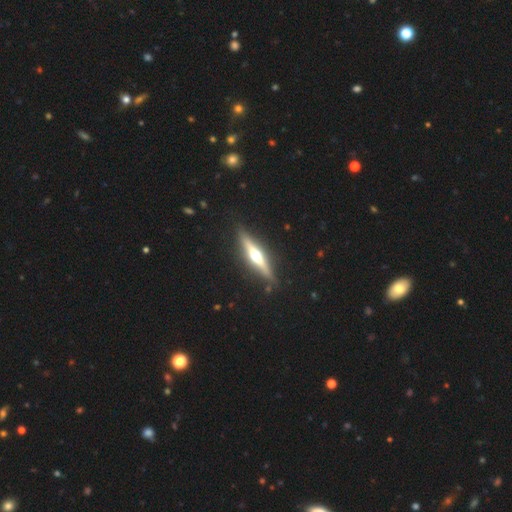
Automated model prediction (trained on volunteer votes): smooth_or_featured: featured or disk (p=0.72) [alt: smooth p=0.22]
disk_edge_on: yes (p=0.96) [alt: no p=0.04]
edge_on_bulge: rounded (p=0.94) [alt: none p=0.03]
merging: none (p=0.88) [alt: minor disturbance p=0.08]